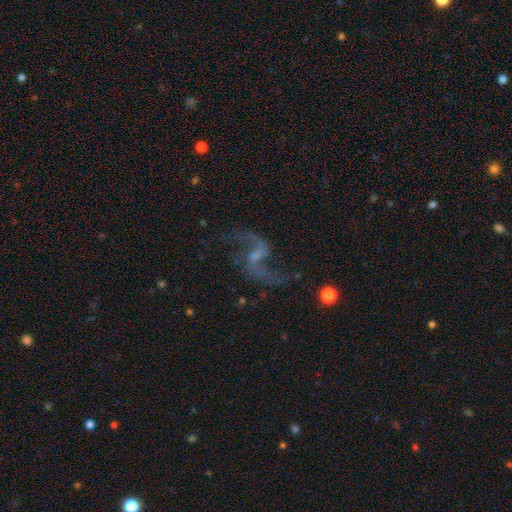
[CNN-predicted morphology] A featured or disk galaxy (87%) with a weak bar (48%), 2 (93%) loose (78%) spiral arms (97%) and a small central bulge (58%).

Vote fractions:
- Smooth or featured? featured or disk: 87% / star or artifact: 9% / smooth: 4%
- Edge-on disk? no: 97% / yes: 3%
- Bar? weak: 48% / no: 33% / strong: 19%
- Spiral arms? yes: 97% / no: 3%
- Spiral winding? loose: 78% / medium: 18% / tight: 4%
- Spiral arm count? 2: 93% / can't tell: 2% / 1: 2% / 3: 1% / 4: 1% / more than 4: 1%
- Bulge size? small: 58% / moderate: 23% / none: 15% / large: 2% / dominant: 1%
- Merging? none: 76% / minor disturbance: 12% / major disturbance: 10% / merger: 3%